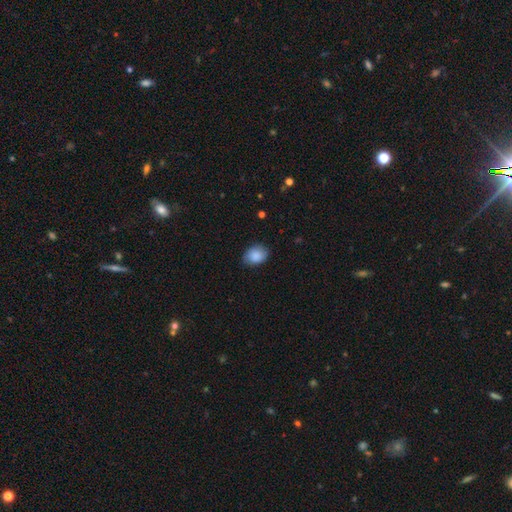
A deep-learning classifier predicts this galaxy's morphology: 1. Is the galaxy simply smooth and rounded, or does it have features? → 87% smooth, 7% star or artifact, 6% featured or disk.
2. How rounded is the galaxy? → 63% in between, 36% round, 1% cigar-shaped.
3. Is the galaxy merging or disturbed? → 78% none, 18% minor disturbance, 3% major disturbance, 1% merger.